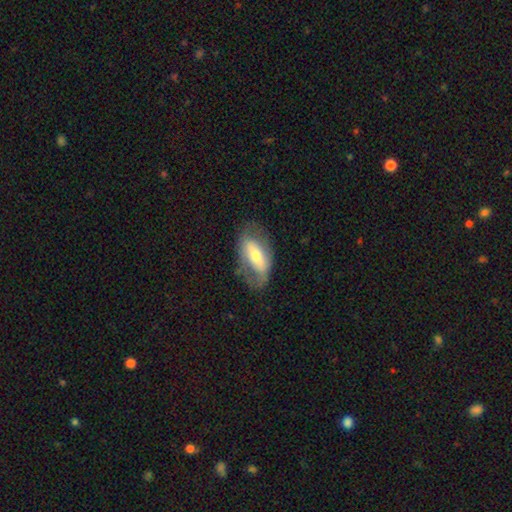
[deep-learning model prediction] Smooth or featured? Predicted: featured or disk (p=0.53). Edge-on disk? Predicted: no (p=0.84). Merging? Predicted: none (p=0.59).